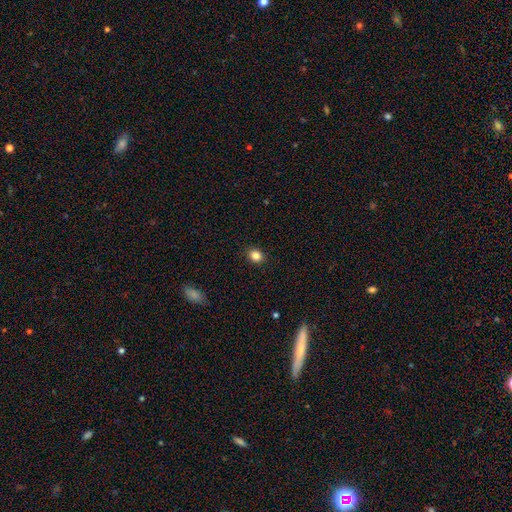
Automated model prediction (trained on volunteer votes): Smooth or featured?
  - smooth: 84% *
  - star or artifact: 11%
  - featured or disk: 4%
How rounded?
  - round: 62% *
  - in between: 37%
  - cigar-shaped: 1%
Merging?
  - none: 90% *
  - minor disturbance: 7%
  - major disturbance: 2%
  - merger: 1%